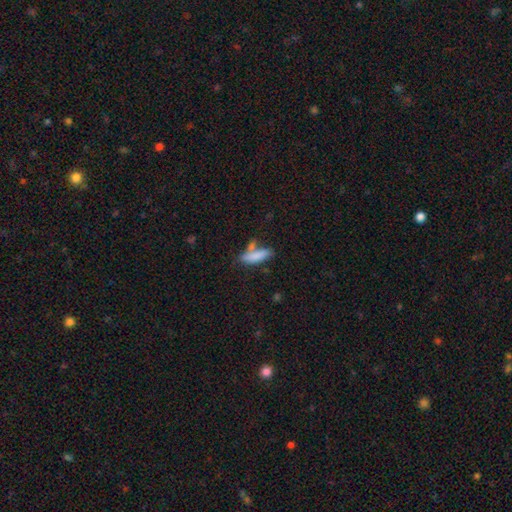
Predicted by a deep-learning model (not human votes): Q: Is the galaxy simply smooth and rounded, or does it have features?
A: smooth — 81%.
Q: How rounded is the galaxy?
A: cigar-shaped — 56%.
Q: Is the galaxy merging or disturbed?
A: none — 54%.